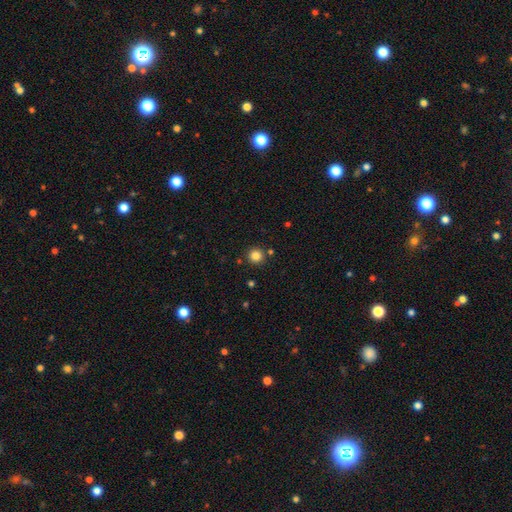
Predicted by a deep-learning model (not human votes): Overall: smooth (83%). How rounded: round (95%). Merging: none (88%).